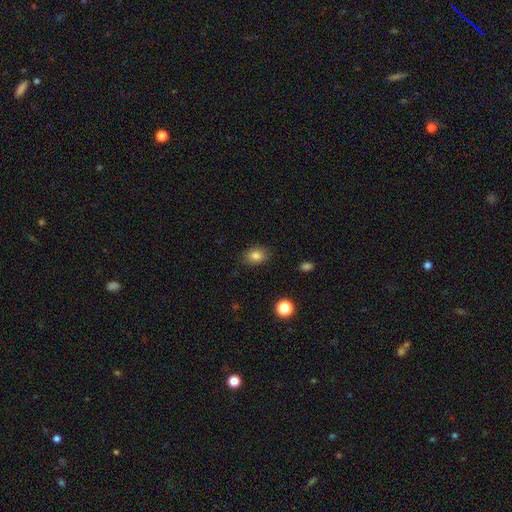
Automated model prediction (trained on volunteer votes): Smooth or featured? Predicted: smooth (p=0.83). How rounded? Predicted: in between (p=0.69). Merging? Predicted: none (p=0.83).